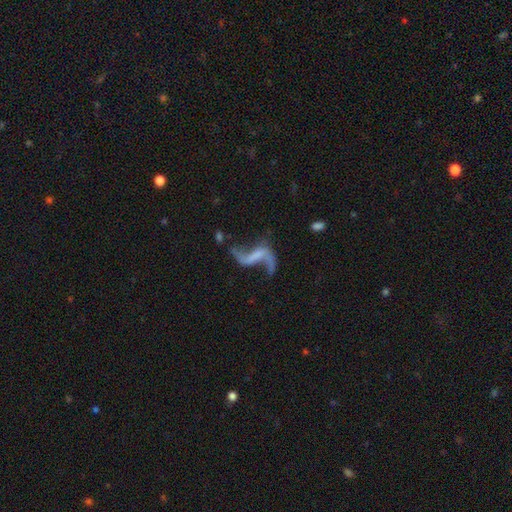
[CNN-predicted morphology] A featured or disk galaxy (84%) with a strong bar (38%), 2 (89%) loose (91%) spiral arms (90%) and no central bulge (67%).

Vote fractions:
- Smooth or featured? featured or disk: 84% / star or artifact: 8% / smooth: 8%
- Edge-on disk? no: 96% / yes: 4%
- Bar? strong: 38% / weak: 34% / no: 28%
- Spiral arms? yes: 90% / no: 10%
- Spiral winding? loose: 91% / medium: 7% / tight: 2%
- Spiral arm count? 2: 89% / 1: 7% / can't tell: 2% / 3: 1% / 4: 1% / more than 4: 1%
- Bulge size? none: 67% / small: 21% / moderate: 8% / large: 3% / dominant: 1%
- Merging? none: 53% / major disturbance: 22% / minor disturbance: 17% / merger: 8%